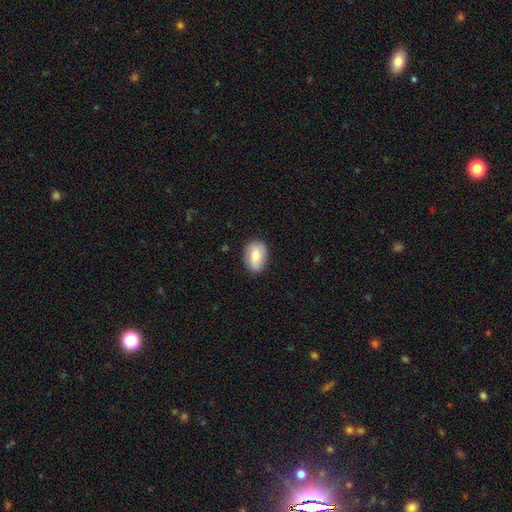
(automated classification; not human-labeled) smooth-or-featured: smooth: 71% | featured or disk: 22% | star or artifact: 7%
  how-rounded: in between: 79% | round: 19% | cigar-shaped: 2%
  merging: none: 82% | minor disturbance: 14% | major disturbance: 3% | merger: 1%